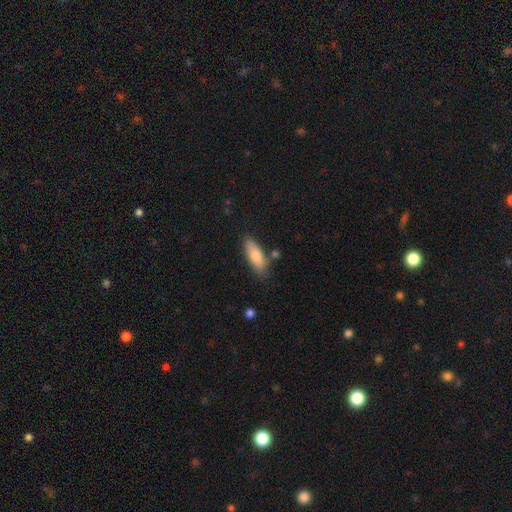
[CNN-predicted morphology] This appears to be a smooth galaxy with no disk features (81%) that is in between round and cigar-shaped (65%). Merging: none (74%).